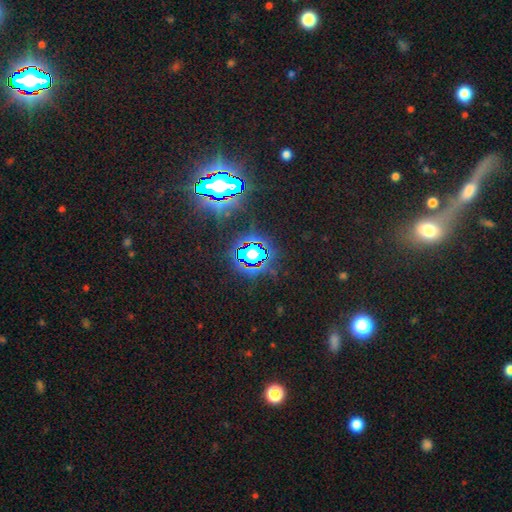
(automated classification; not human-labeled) The model was most divided on "smooth or featured": star or artifact: 82%, smooth: 11%, featured or disk: 7%.